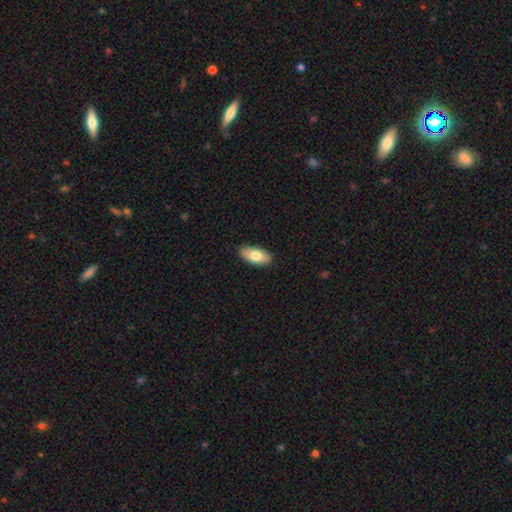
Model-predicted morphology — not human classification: A smooth galaxy with no disk features (77%) that is in between round and cigar-shaped (91%). Merging: none (89%).